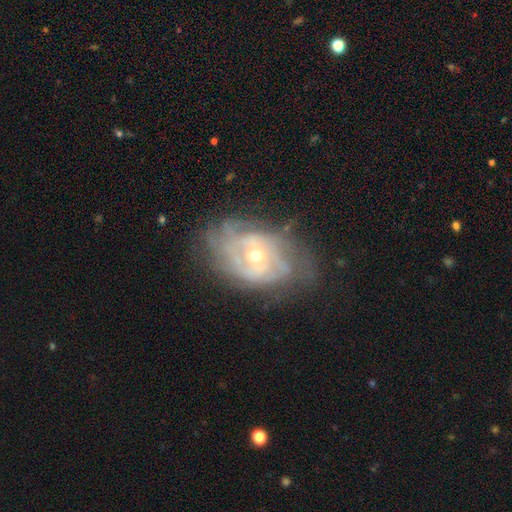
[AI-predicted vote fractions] smooth-or-featured: featured or disk: 83% | smooth: 10% | star or artifact: 7%
  disk-edge-on: no: 95% | yes: 5%
    bar: no: 61% | weak: 31% | strong: 9%
    has-spiral-arms: yes: 90% | no: 10%
      spiral-winding: tight: 63% | medium: 28% | loose: 9%
      spiral-arm-count: can't tell: 44% | 2: 20% | 3: 15% | 4: 10% | more than 4: 6% | 1: 5%
    bulge-size: small: 49% | moderate: 48% | large: 2% | none: 1% | dominant: 1%
  merging: none: 65% | minor disturbance: 22% | major disturbance: 11% | merger: 2%